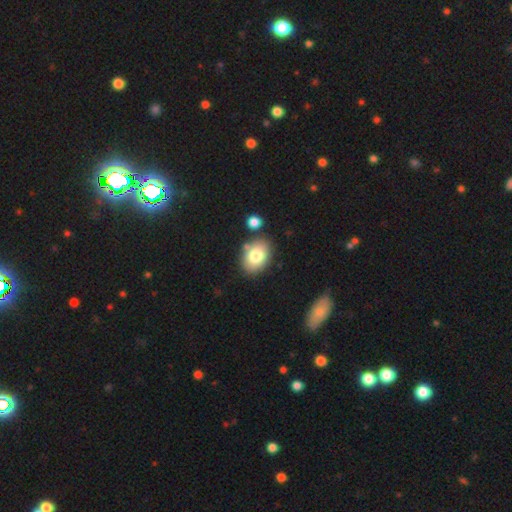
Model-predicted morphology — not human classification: This is likely a smooth galaxy (79%). How rounded: likely in between (79%). Merging: likely none (77%).